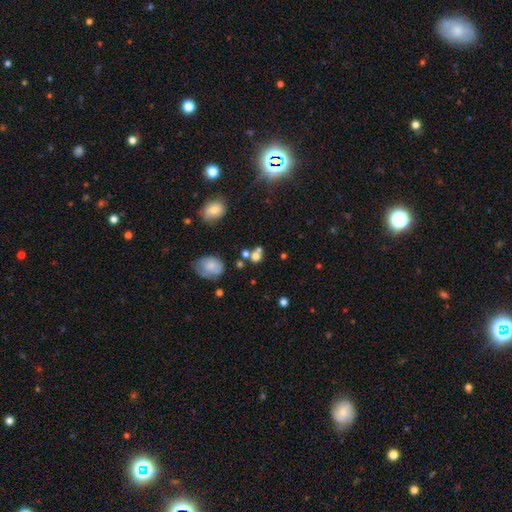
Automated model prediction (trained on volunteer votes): Smooth or featured? Predicted: smooth (p=0.70). How rounded? Predicted: round (p=0.70). Merging? Predicted: none (p=0.47).